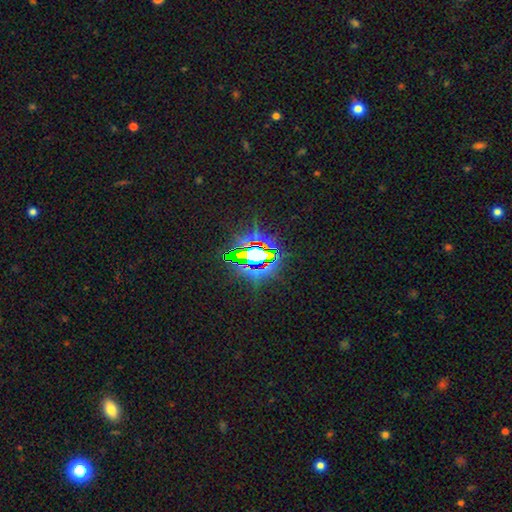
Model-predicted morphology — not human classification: This appears to be a star or artifact, not a galaxy (77%).